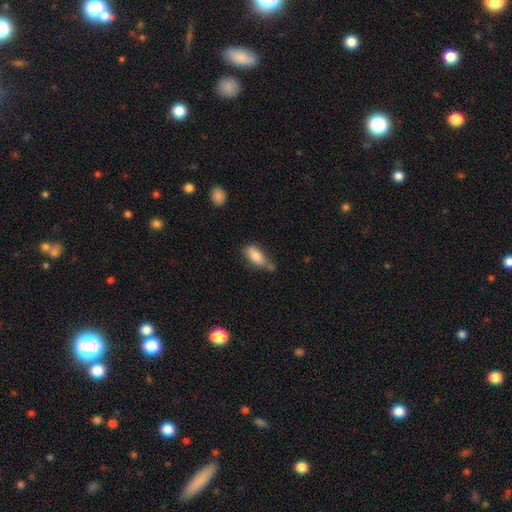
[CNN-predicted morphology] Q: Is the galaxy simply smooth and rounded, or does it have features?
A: smooth — 79%.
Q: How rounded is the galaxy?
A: in between — 78%.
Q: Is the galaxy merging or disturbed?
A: none — 46%.